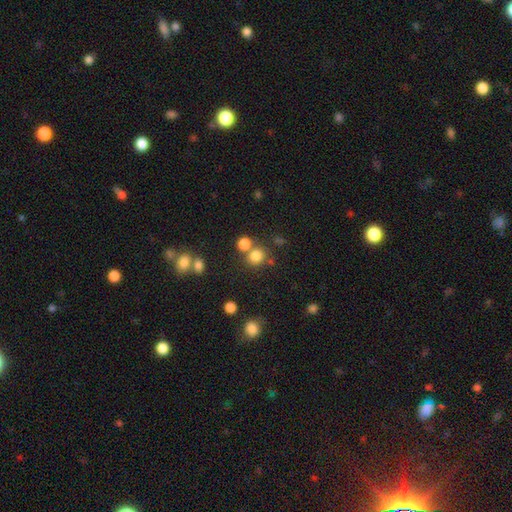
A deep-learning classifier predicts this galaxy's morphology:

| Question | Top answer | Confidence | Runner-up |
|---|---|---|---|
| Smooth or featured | smooth | 78% | star or artifact (15%) |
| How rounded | round | 87% | in between (12%) |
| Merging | none | 66% | merger (22%) |